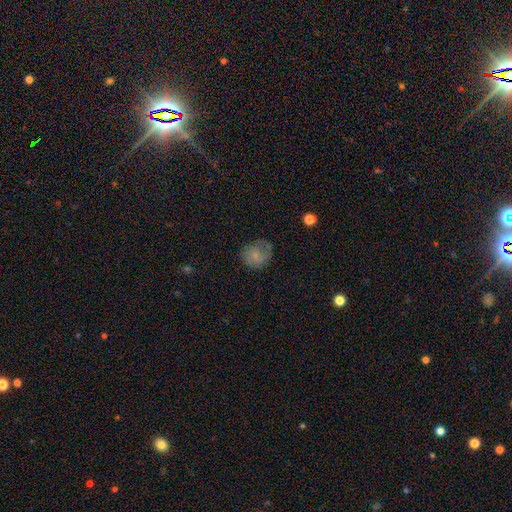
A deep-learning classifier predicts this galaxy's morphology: Smooth or featured? Predicted: smooth (p=0.66). How rounded? Predicted: round (p=0.75). Merging? Predicted: none (p=0.56).